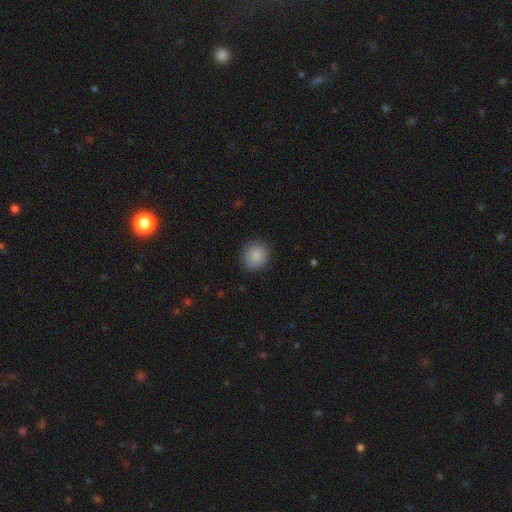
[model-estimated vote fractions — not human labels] Smooth or featured: smooth — 87% (star or artifact — 8%)
How rounded: round — 84% (in between — 15%)
Merging: none — 84% (minor disturbance — 12%)